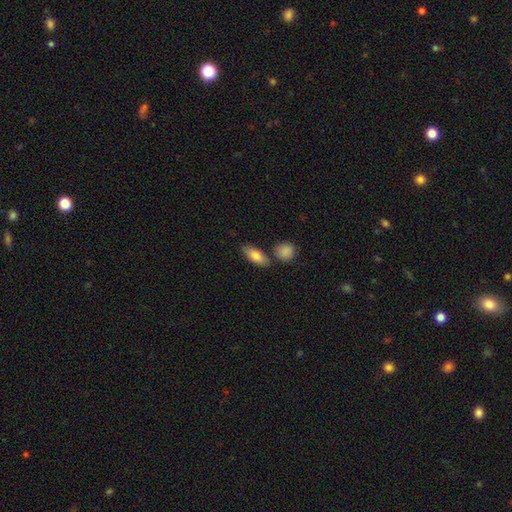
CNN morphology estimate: smooth 81%, featured or disk 13%, star or artifact 6%. Down the decision tree: how rounded — in between (79%); merging — none (74%).